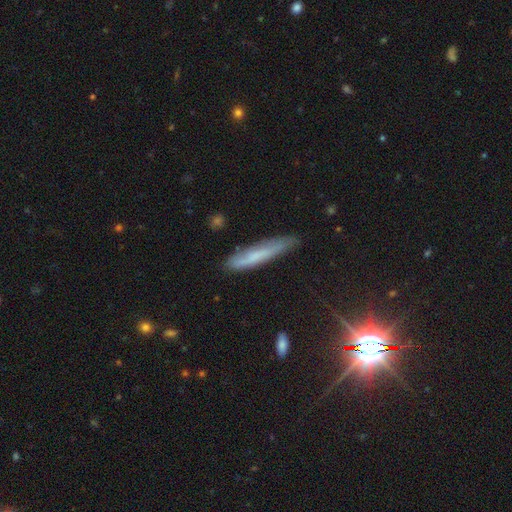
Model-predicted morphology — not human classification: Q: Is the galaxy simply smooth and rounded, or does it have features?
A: smooth — 56%.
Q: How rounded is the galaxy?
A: cigar-shaped — 91%.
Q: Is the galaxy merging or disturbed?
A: none — 71%.